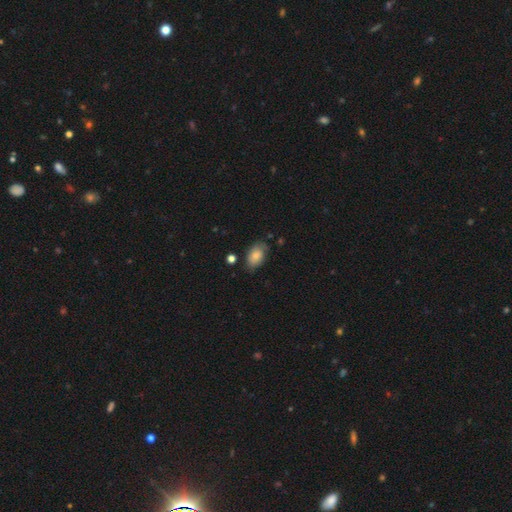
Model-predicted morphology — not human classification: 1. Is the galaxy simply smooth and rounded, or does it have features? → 79% smooth, 13% featured or disk, 8% star or artifact.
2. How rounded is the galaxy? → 90% in between, 8% round, 2% cigar-shaped.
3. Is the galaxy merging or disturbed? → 70% none, 23% minor disturbance, 5% major disturbance, 3% merger.